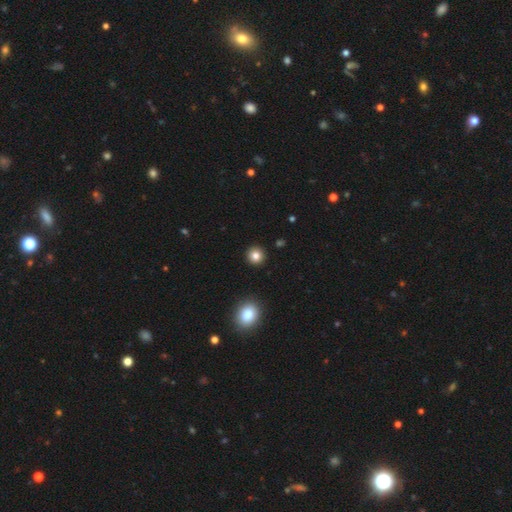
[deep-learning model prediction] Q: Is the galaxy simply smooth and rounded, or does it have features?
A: smooth — 83%.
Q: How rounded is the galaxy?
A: round — 93%.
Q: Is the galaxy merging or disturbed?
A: none — 92%.